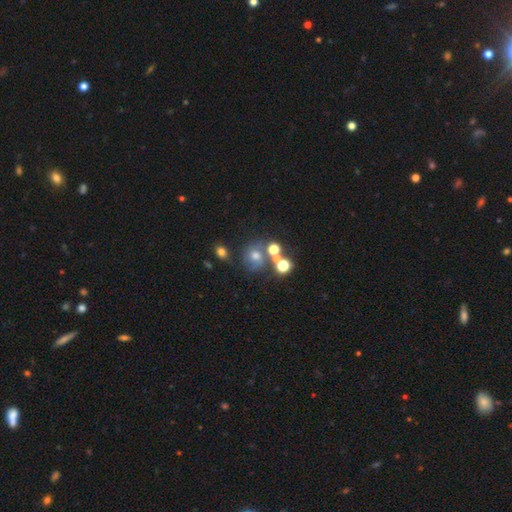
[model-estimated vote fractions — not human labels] Smooth or featured? smooth (45%)
Merging? none (53%)